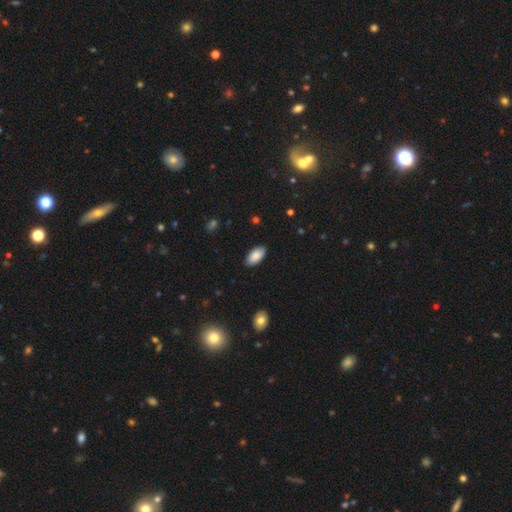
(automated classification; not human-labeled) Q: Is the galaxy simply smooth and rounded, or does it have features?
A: smooth — 88%.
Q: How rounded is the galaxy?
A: in between — 95%.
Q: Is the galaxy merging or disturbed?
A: none — 88%.